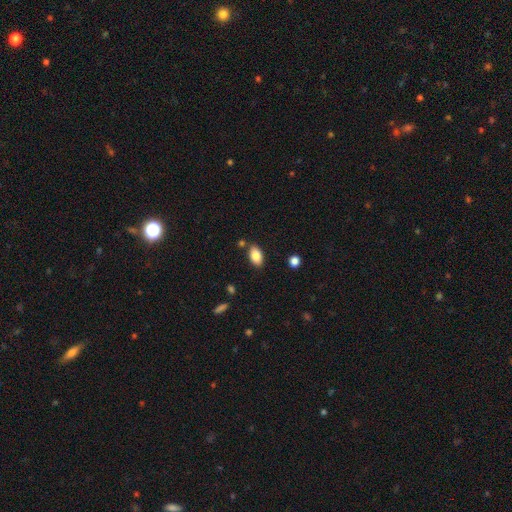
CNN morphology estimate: Overall: smooth (85%). How rounded: in between (93%). Merging: none (81%).